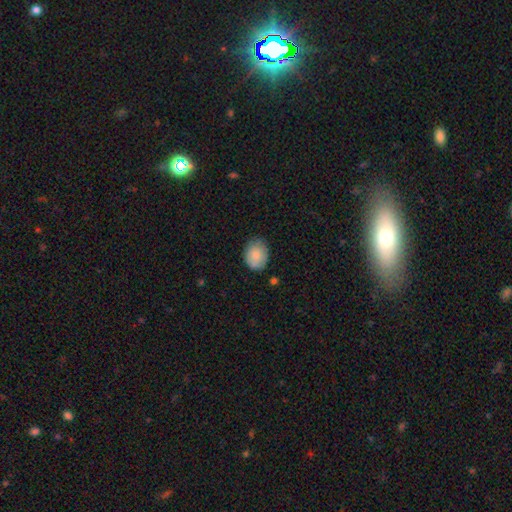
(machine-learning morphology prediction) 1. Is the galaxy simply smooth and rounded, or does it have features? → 82% smooth, 12% featured or disk, 7% star or artifact.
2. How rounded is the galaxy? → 61% in between, 38% round, 1% cigar-shaped.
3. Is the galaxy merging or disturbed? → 75% none, 20% minor disturbance, 4% major disturbance, 2% merger.